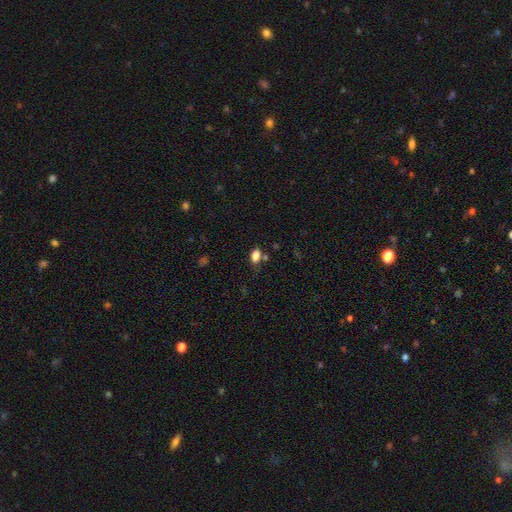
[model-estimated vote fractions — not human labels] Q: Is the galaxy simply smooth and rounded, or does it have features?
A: smooth — 82%.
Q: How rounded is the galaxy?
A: in between — 86%.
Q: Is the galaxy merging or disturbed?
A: none — 66%.